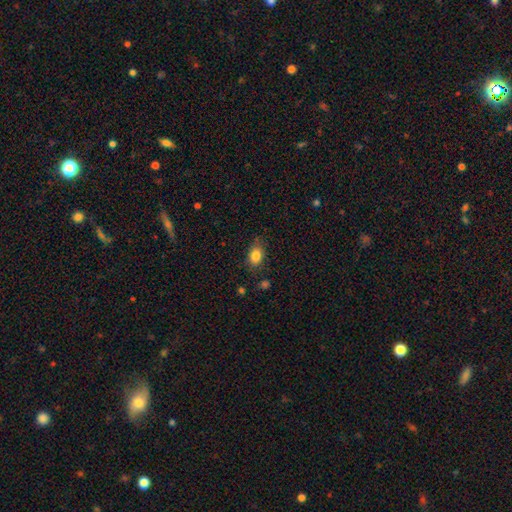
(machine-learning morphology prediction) The model was most divided on "merging": none: 74%, minor disturbance: 19%, major disturbance: 4%, merger: 2%. More confident: smooth or featured — smooth (84%); how rounded — in between (78%).